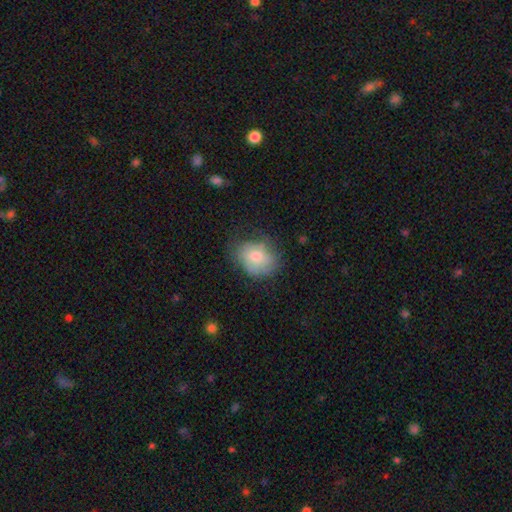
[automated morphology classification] A smooth galaxy with no disk features (71%) that is in between round and cigar-shaped (54%).

Vote fractions:
- Smooth or featured? smooth: 71% / featured or disk: 21% / star or artifact: 8%
- How rounded? in between: 54% / round: 45% / cigar-shaped: 1%
- Merging? none: 59% / minor disturbance: 29% / major disturbance: 11% / merger: 2%